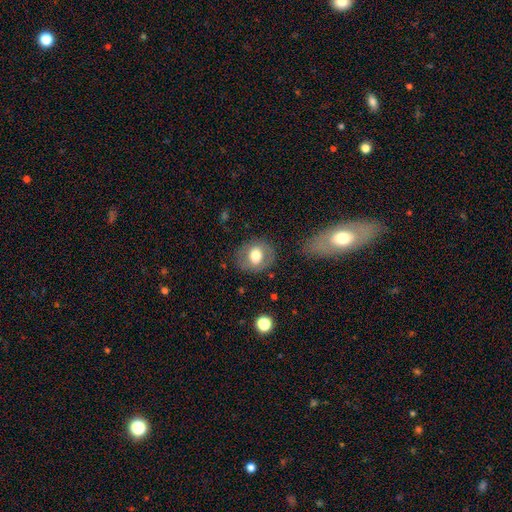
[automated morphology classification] A smooth galaxy with no disk features (67%) that is round (63%).

Vote fractions:
- Smooth or featured? smooth: 67% / featured or disk: 25% / star or artifact: 8%
- How rounded? round: 63% / in between: 36% / cigar-shaped: 1%
- Merging? none: 78% / minor disturbance: 14% / major disturbance: 6% / merger: 2%